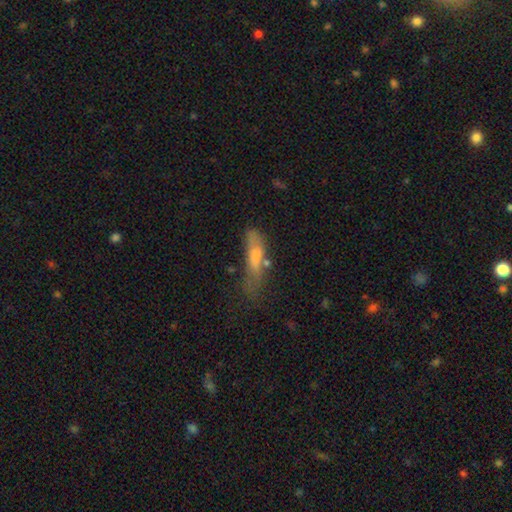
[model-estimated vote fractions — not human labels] smooth 62%, featured or disk 29%, star or artifact 9%. Down the decision tree: how rounded — cigar-shaped (64%); merging — none (39%).